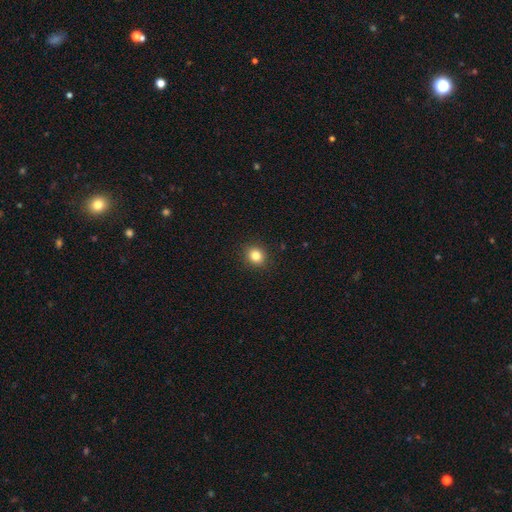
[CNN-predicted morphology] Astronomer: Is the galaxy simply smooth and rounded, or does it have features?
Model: smooth — 82%.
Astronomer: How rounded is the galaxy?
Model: round — 72%.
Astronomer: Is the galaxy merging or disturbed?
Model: none — 91%.